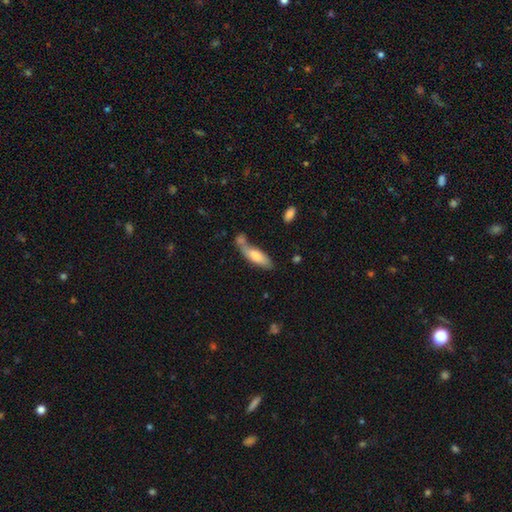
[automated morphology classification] smooth-or-featured: smooth: 74% | featured or disk: 20% | star or artifact: 6%
  how-rounded: in between: 54% | cigar-shaped: 44% | round: 2%
  merging: none: 39% | merger: 33% | minor disturbance: 20% | major disturbance: 9%